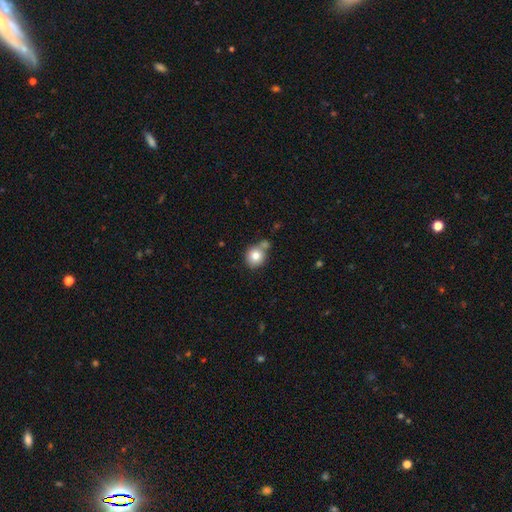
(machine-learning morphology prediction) This is likely a smooth galaxy (79%). How rounded: clearly round (86%). Merging: possibly none (58%).